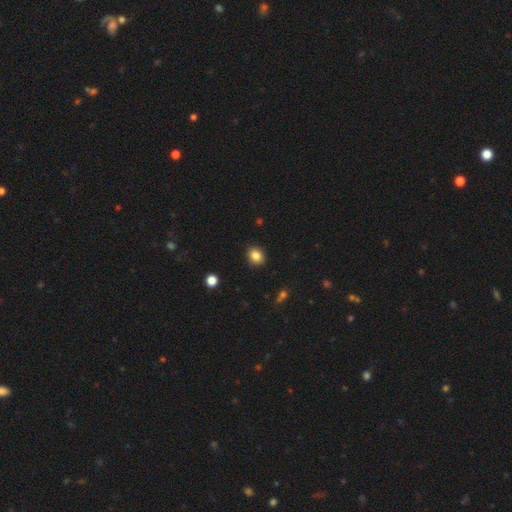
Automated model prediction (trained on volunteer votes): Smooth or featured: smooth — 85% (star or artifact — 10%)
How rounded: round — 69% (in between — 30%)
Merging: none — 90% (minor disturbance — 7%)